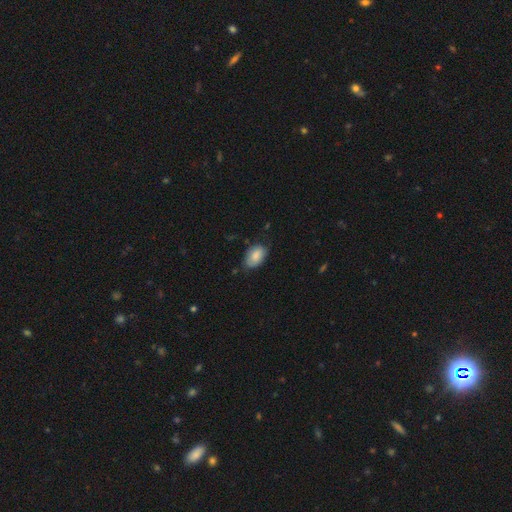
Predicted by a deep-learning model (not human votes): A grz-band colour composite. It shows a smooth galaxy with no disk features (81%) that is in between round and cigar-shaped (89%). Merging: none (66%).